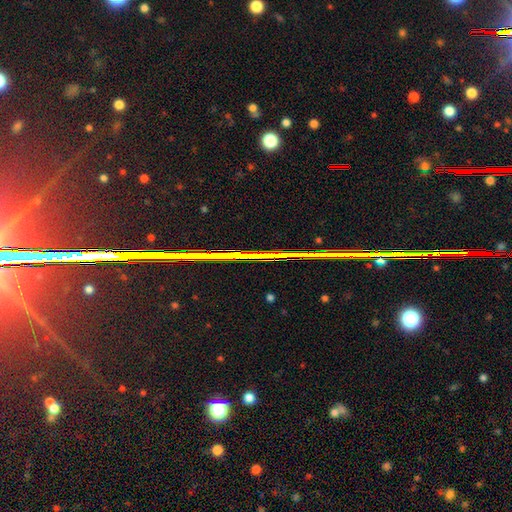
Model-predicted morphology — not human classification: This is clearly a star or artifact rather than a galaxy (84%).